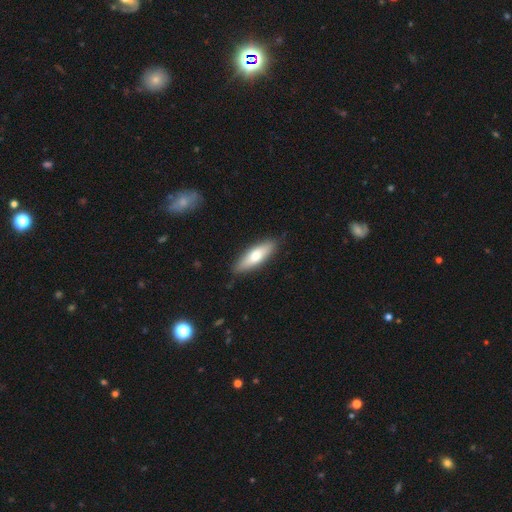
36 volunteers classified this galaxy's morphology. This is likely a smooth galaxy (67%). How rounded: likely cigar-shaped (67%). Merging: clearly none (83%).